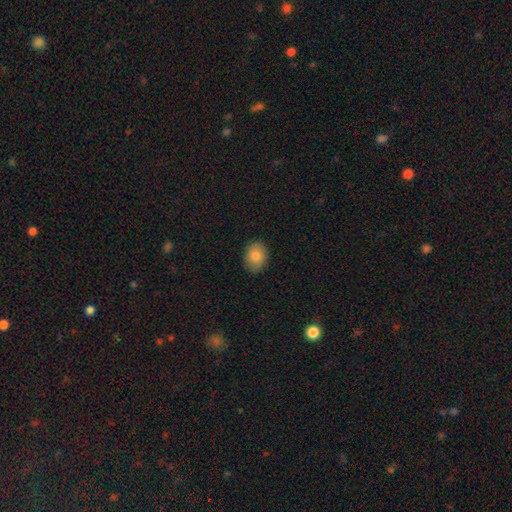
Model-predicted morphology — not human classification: Smooth or featured?
  - smooth: 83% *
  - featured or disk: 9%
  - star or artifact: 8%
How rounded?
  - in between: 57% *
  - round: 42%
  - cigar-shaped: 1%
Merging?
  - none: 86% *
  - minor disturbance: 11%
  - major disturbance: 2%
  - merger: 1%